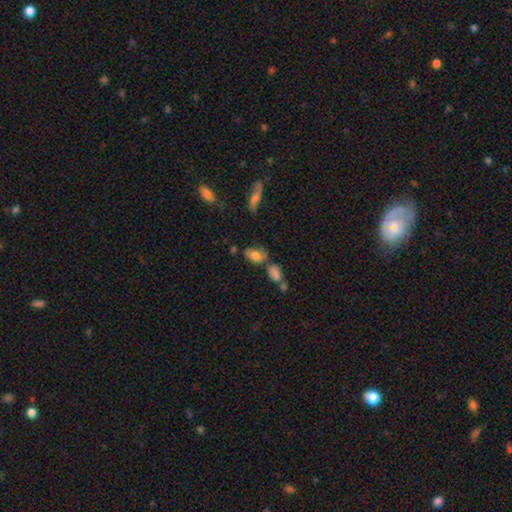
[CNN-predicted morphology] Smooth or featured? smooth (67%)
How rounded? in between (87%)
Merging? none (48%)